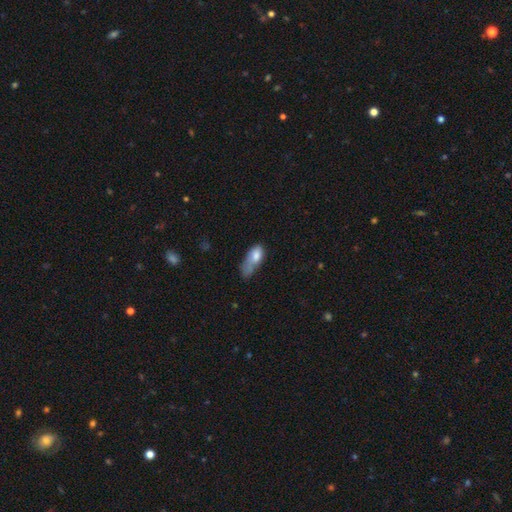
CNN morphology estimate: Smooth or featured? Predicted: smooth (p=0.75). How rounded? Predicted: in between (p=0.82). Merging? Predicted: major disturbance (p=0.34).